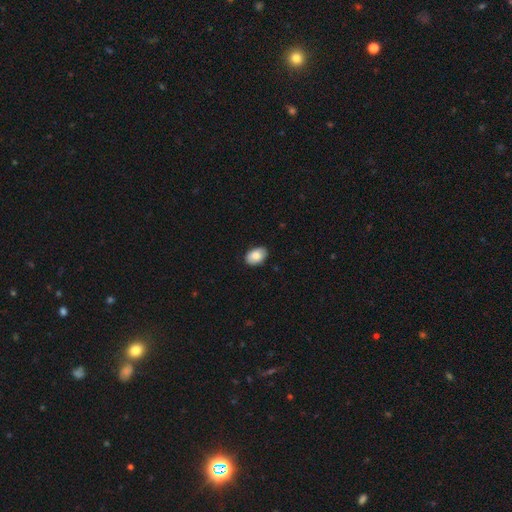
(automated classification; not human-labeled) Morphology: type=smooth (83%); roundness=in between (85%); merging=none (85%).